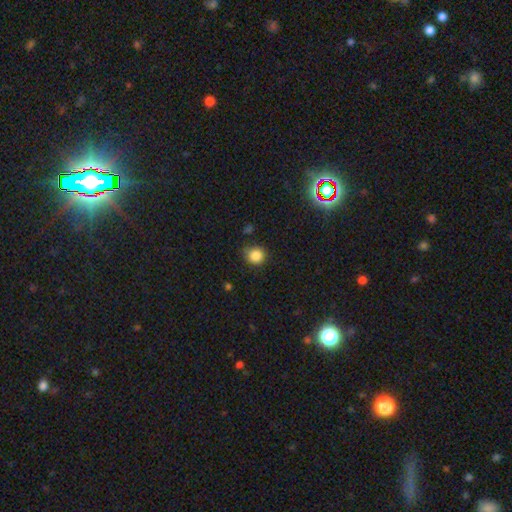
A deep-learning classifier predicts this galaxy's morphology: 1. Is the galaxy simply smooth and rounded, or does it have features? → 84% smooth, 11% star or artifact, 4% featured or disk.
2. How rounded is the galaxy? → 85% round, 14% in between, 1% cigar-shaped.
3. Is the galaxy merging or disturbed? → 76% none, 18% minor disturbance, 4% major disturbance, 2% merger.